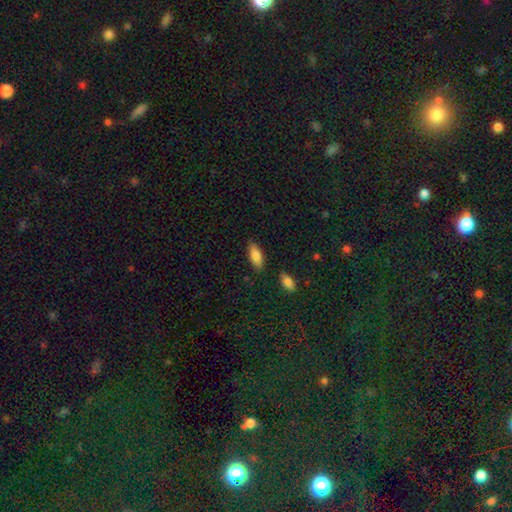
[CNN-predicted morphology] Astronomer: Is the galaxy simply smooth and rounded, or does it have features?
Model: smooth — 81%.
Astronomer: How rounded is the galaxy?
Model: in between — 79%.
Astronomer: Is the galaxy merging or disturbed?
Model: none — 82%.